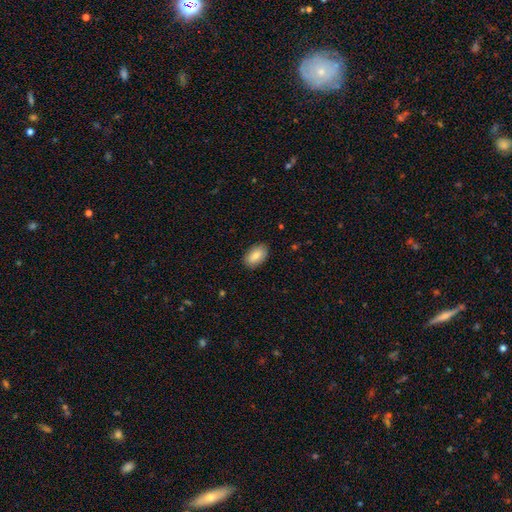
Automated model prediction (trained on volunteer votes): smooth_or_featured: smooth (p=0.83) [alt: featured or disk p=0.10]
how_rounded: in between (p=0.93) [alt: round p=0.05]
merging: none (p=0.87) [alt: minor disturbance p=0.09]